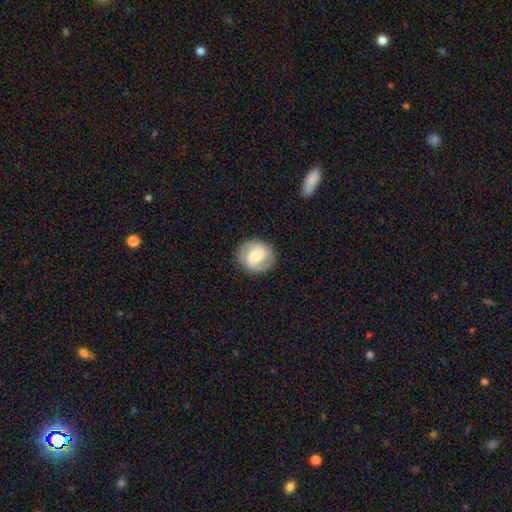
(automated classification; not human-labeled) A featured or disk galaxy (66%) with a weak bar (47%), 2 (87%) medium (46%) spiral arms (85%) and a moderate central bulge (54%).

Vote fractions:
- Smooth or featured? featured or disk: 66% / smooth: 28% / star or artifact: 6%
- Edge-on disk? no: 97% / yes: 3%
- Bar? weak: 47% / strong: 31% / no: 22%
- Spiral arms? yes: 85% / no: 15%
- Spiral winding? medium: 46% / tight: 37% / loose: 18%
- Spiral arm count? 2: 87% / can't tell: 6% / 1: 3% / 3: 1% / 4: 1% / more than 4: 1%
- Bulge size? moderate: 54% / small: 29% / large: 12% / none: 3% / dominant: 2%
- Merging? none: 86% / minor disturbance: 10% / major disturbance: 3% / merger: 1%